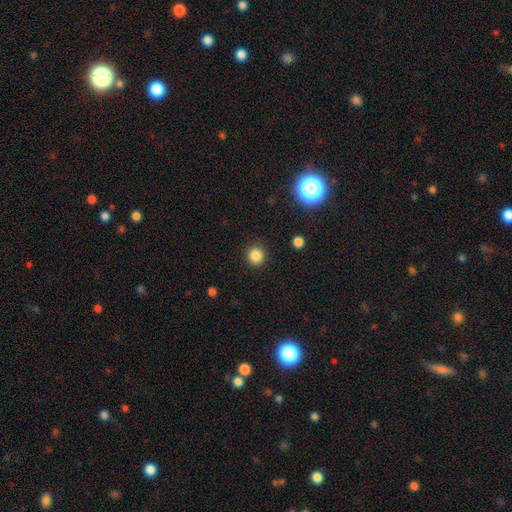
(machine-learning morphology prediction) The model was most divided on "smooth or featured": smooth: 85%, star or artifact: 12%, featured or disk: 4%. More confident: how rounded — round (93%); merging — none (91%).